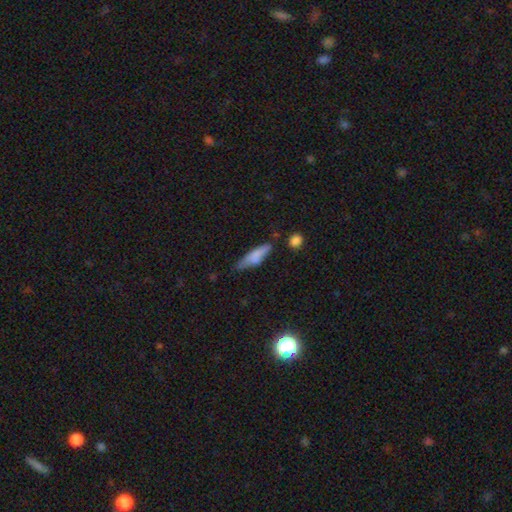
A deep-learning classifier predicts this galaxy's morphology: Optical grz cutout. It shows a smooth galaxy with no disk features (72%) that is cigar-shaped (62%). Merging: none (56%).